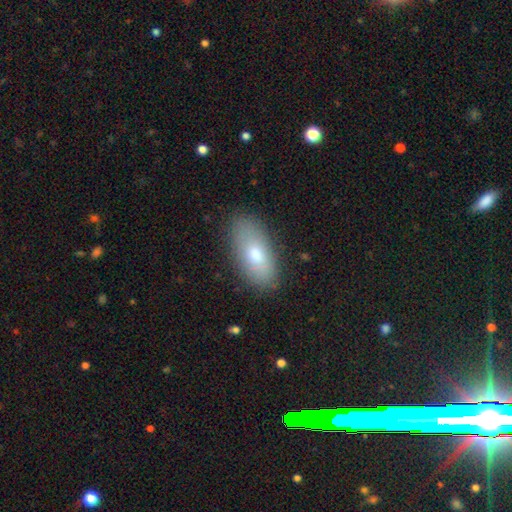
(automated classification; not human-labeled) Q: Smooth or featured?
A: smooth (76%); runner-up: featured or disk (17%)
Q: How rounded?
A: in between (90%); runner-up: cigar-shaped (7%)
Q: Merging?
A: none (82%); runner-up: minor disturbance (12%)